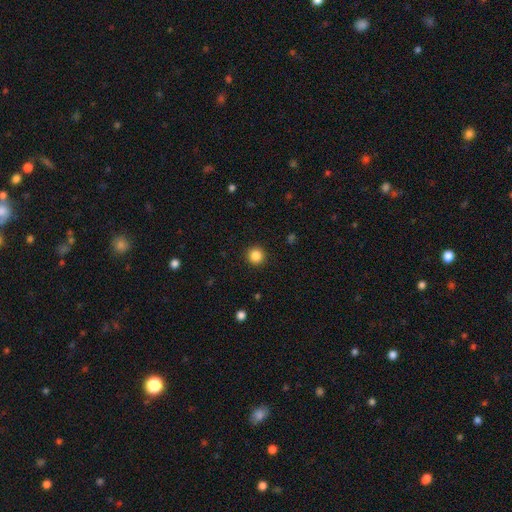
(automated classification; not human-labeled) A smooth galaxy with no disk features (85%) that is round (95%).

Vote fractions:
- Smooth or featured? smooth: 85% / star or artifact: 11% / featured or disk: 4%
- How rounded? round: 95% / in between: 4% / cigar-shaped: 1%
- Merging? none: 92% / minor disturbance: 5% / major disturbance: 2% / merger: 1%